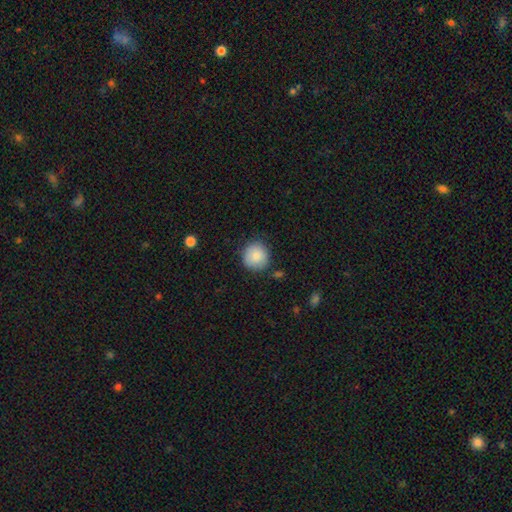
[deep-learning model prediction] This appears to be a smooth galaxy with no disk features (86%) that is round (93%). Merging: none (82%).